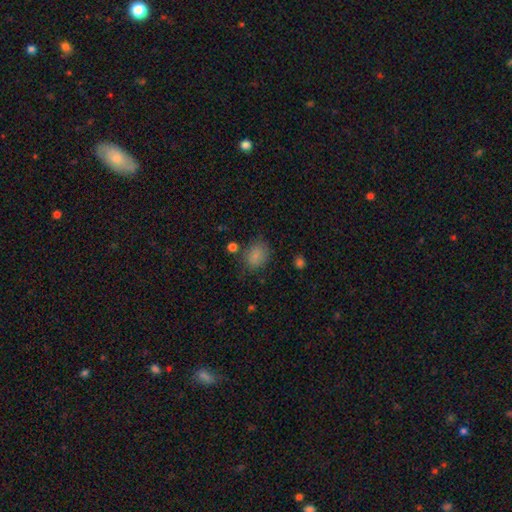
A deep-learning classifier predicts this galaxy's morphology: The model was most divided on "how rounded": in between: 52%, round: 47%, cigar-shaped: 1%. More confident: smooth or featured — smooth (82%); merging — none (70%).